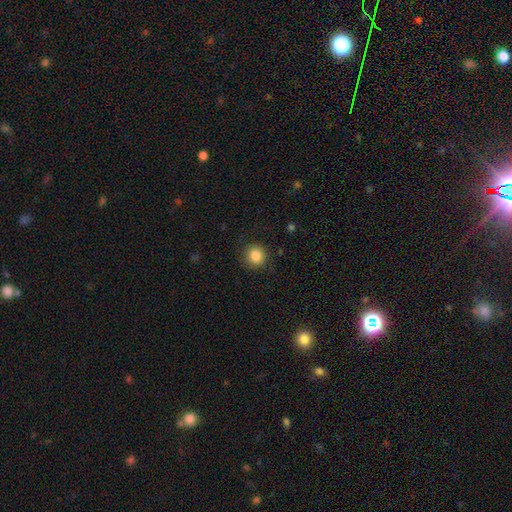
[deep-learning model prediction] This is clearly a smooth galaxy (86%). How rounded: clearly round (89%). Merging: clearly none (88%).